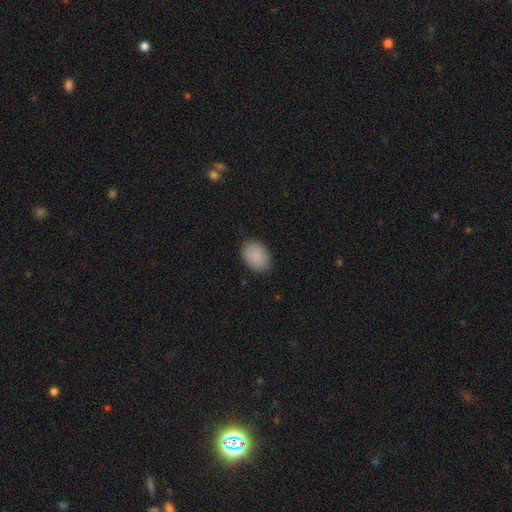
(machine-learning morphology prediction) This appears to be a smooth galaxy with no disk features (90%) that is in between round and cigar-shaped (78%). Merging: none (87%).